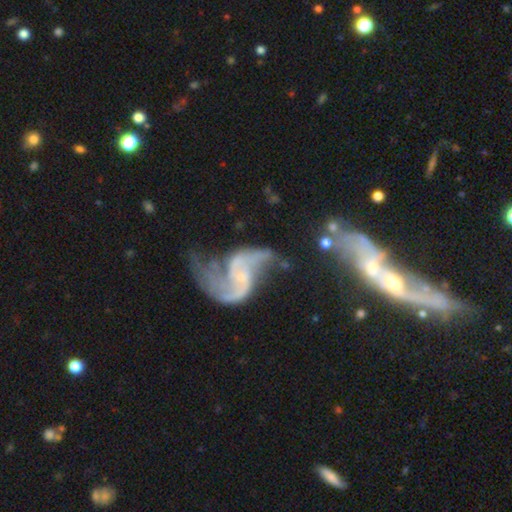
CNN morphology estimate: Q: Smooth or featured?
A: featured or disk (87%); runner-up: star or artifact (7%)
Q: Edge-on disk?
A: no (97%); runner-up: yes (3%)
Q: Bar?
A: no (53%); runner-up: weak (35%)
Q: Spiral arms?
A: yes (93%); runner-up: no (7%)
Q: Spiral winding?
A: loose (68%); runner-up: medium (26%)
Q: Spiral arm count?
A: 2 (84%); runner-up: can't tell (5%)
Q: Bulge size?
A: small (55%); runner-up: none (29%)
Q: Merging?
A: none (34%); runner-up: merger (25%)